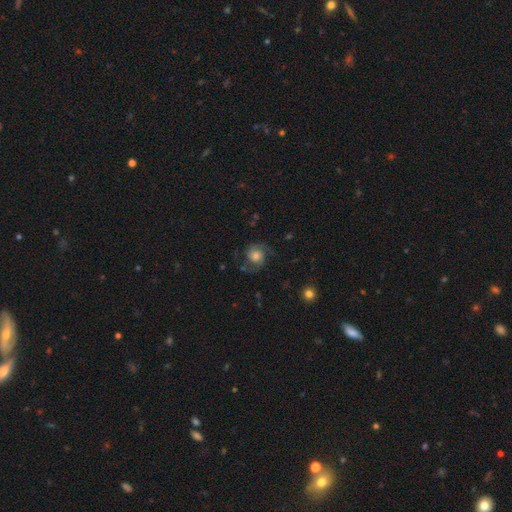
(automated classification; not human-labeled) Smooth or featured?
  - featured or disk: 75% *
  - smooth: 17%
  - star or artifact: 8%
Edge-on disk?
  - no: 98% *
  - yes: 2%
Bar?
  - no: 73% *
  - weak: 23%
  - strong: 4%
Spiral arms?
  - yes: 95% *
  - no: 5%
Spiral winding?
  - medium: 51% *
  - loose: 25%
  - tight: 23%
Spiral arm count?
  - 2: 90% *
  - can't tell: 3%
  - 1: 3%
  - 3: 2%
  - 4: 1%
  - more than 4: 1%
Bulge size?
  - moderate: 55% *
  - large: 20%
  - small: 19%
  - none: 3%
  - dominant: 3%
Merging?
  - none: 74% *
  - minor disturbance: 15%
  - major disturbance: 9%
  - merger: 2%